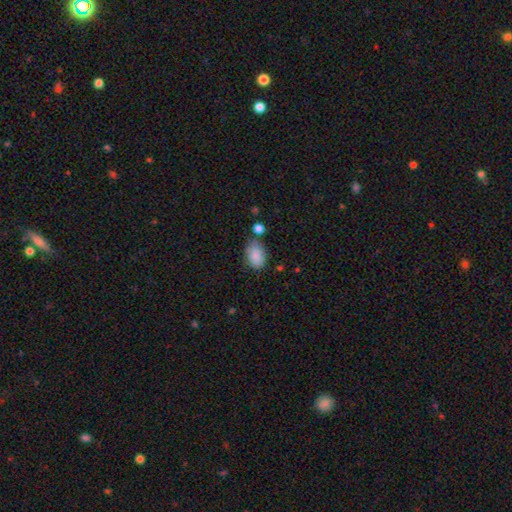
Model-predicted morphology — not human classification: A smooth galaxy with no disk features (87%) that is in between round and cigar-shaped (86%).

Vote fractions:
- Smooth or featured? smooth: 87% / star or artifact: 7% / featured or disk: 6%
- How rounded? in between: 86% / round: 13% / cigar-shaped: 1%
- Merging? none: 63% / minor disturbance: 22% / merger: 9% / major disturbance: 6%